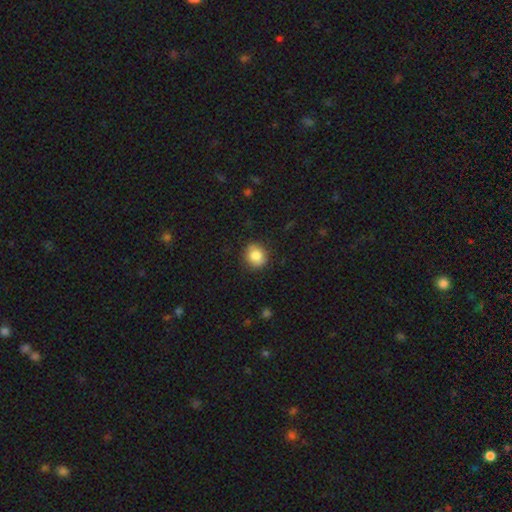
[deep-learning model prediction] Smooth or featured: smooth — 84% (star or artifact — 9%)
How rounded: round — 76% (in between — 23%)
Merging: none — 86% (minor disturbance — 11%)